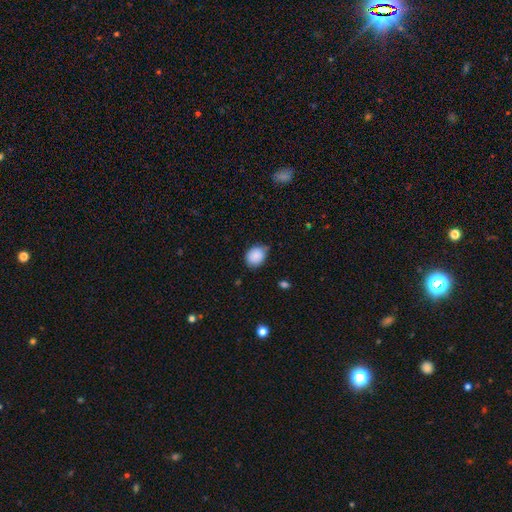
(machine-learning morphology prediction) The model was most divided on "how rounded": round: 52%, in between: 47%, cigar-shaped: 1%. More confident: smooth or featured — smooth (86%); merging — none (60%).